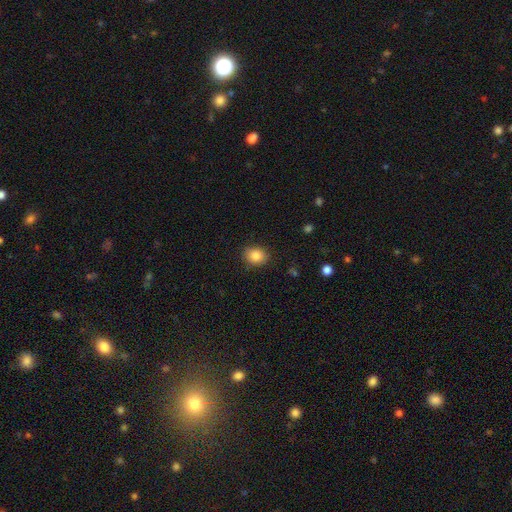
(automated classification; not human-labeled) This is clearly a smooth galaxy (86%). How rounded: likely round (63%). Merging: clearly none (88%).